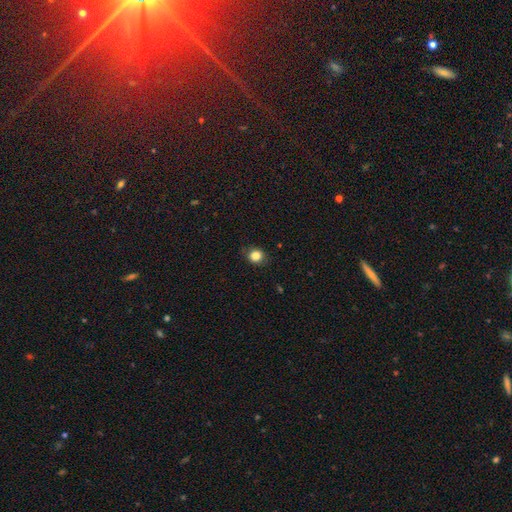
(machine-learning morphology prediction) A smooth galaxy with no disk features (83%) that is round (77%).

Vote fractions:
- Smooth or featured? smooth: 83% / star or artifact: 11% / featured or disk: 6%
- How rounded? round: 77% / in between: 22% / cigar-shaped: 1%
- Merging? none: 83% / minor disturbance: 13% / major disturbance: 3% / merger: 1%